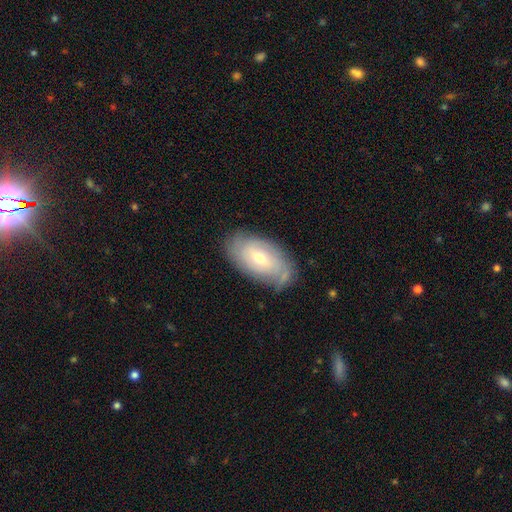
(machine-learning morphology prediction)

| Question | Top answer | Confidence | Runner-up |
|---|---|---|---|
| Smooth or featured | featured or disk | 57% | smooth (34%) |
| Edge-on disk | no | 91% | yes (9%) |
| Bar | no | 65% | weak (28%) |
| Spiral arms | yes | 72% | no (28%) |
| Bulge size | moderate | 54% | small (42%) |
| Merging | none | 75% | minor disturbance (18%) |